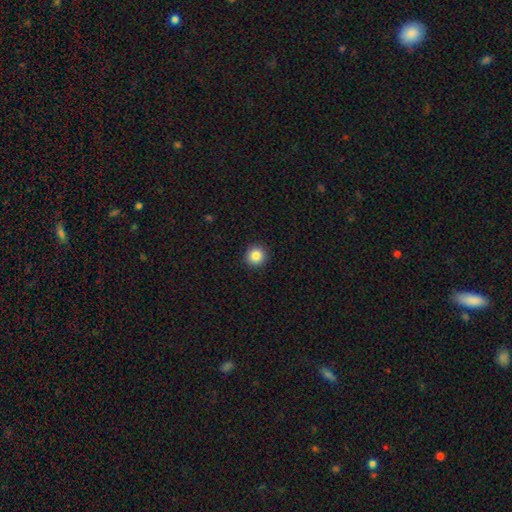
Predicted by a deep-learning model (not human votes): Overall: smooth (86%). How rounded: round (94%). Merging: none (93%).